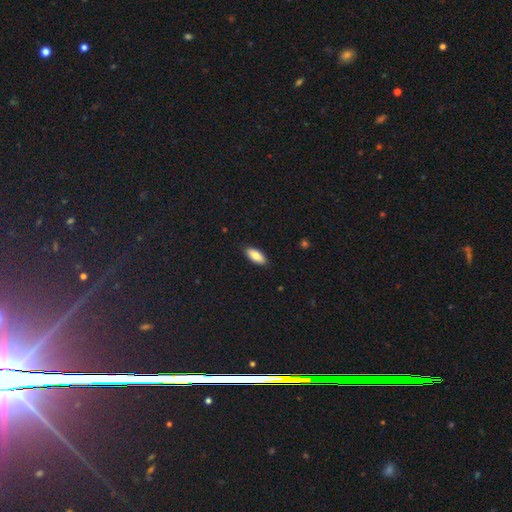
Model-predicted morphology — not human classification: Smooth or featured? Predicted: smooth (p=0.84). How rounded? Predicted: in between (p=0.85). Merging? Predicted: none (p=0.89).